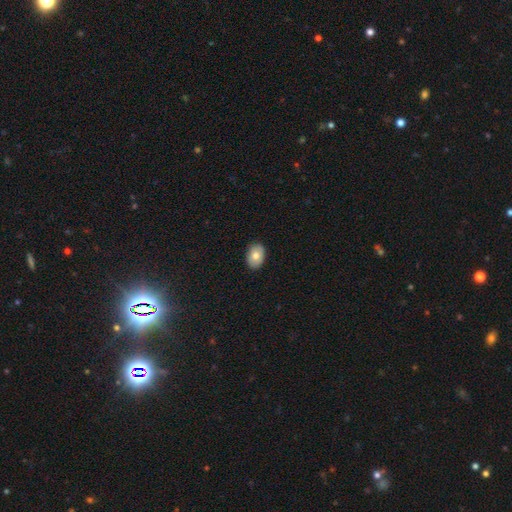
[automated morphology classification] Smooth or featured? Predicted: smooth (p=0.75). How rounded? Predicted: in between (p=0.82). Merging? Predicted: none (p=0.88).